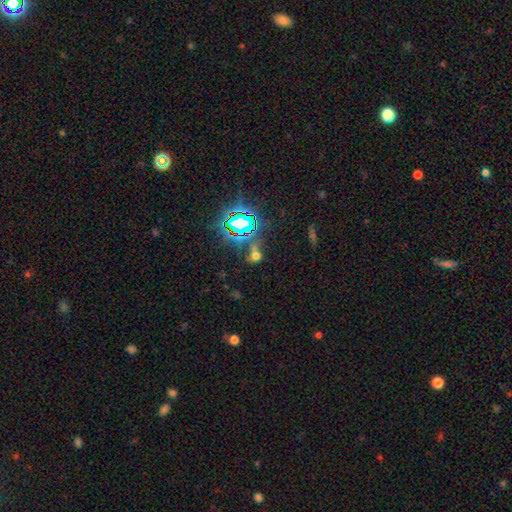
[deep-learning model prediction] smooth-or-featured: star or artifact: 48% | smooth: 41% | featured or disk: 11%